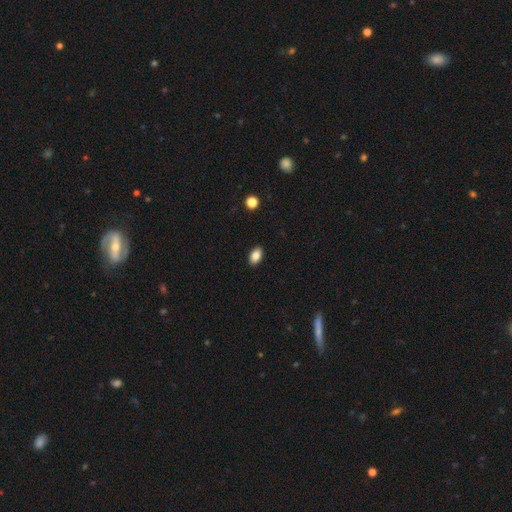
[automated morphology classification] This is clearly a smooth galaxy (85%). How rounded: clearly in between (91%). Merging: clearly none (90%).